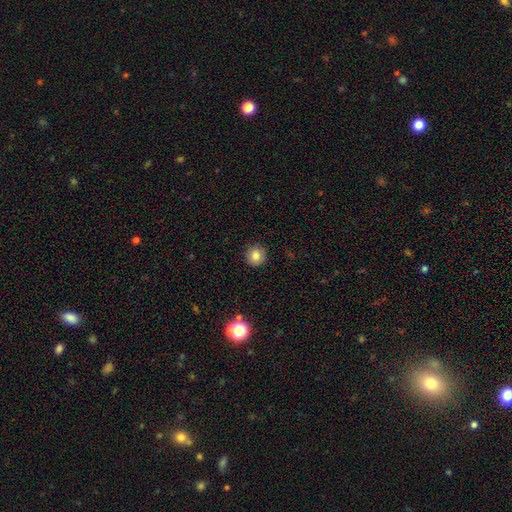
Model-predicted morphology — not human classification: smooth-or-featured: smooth: 81% | star or artifact: 11% | featured or disk: 7%
  how-rounded: round: 93% | in between: 6% | cigar-shaped: 1%
  merging: none: 91% | minor disturbance: 6% | major disturbance: 2% | merger: 1%